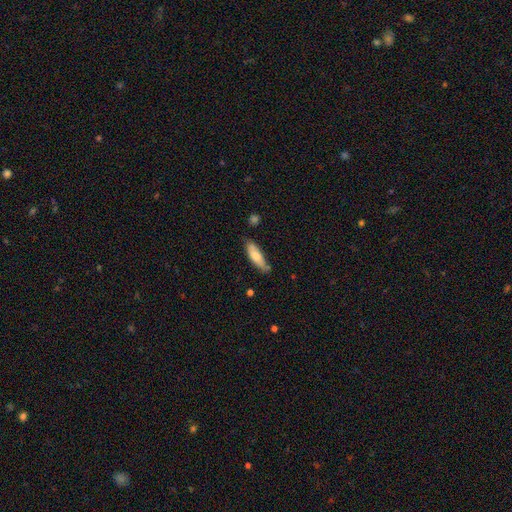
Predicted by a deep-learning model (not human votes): smooth 73%, featured or disk 21%, star or artifact 6%. Down the decision tree: how rounded — cigar-shaped (50%); merging — none (72%).